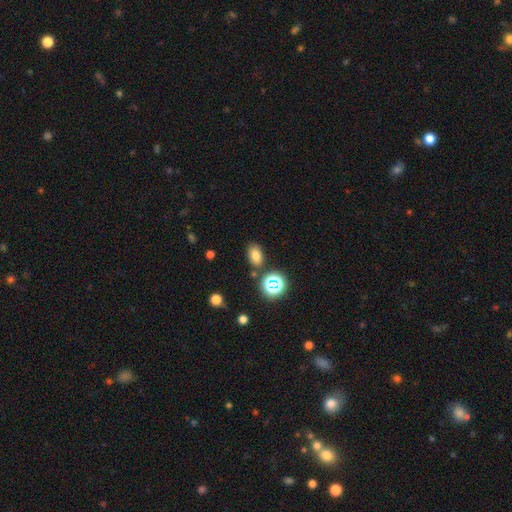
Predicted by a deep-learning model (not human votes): smooth-or-featured: smooth: 74% | star or artifact: 19% | featured or disk: 7%
  how-rounded: in between: 82% | round: 16% | cigar-shaped: 2%
  merging: none: 81% | minor disturbance: 11% | merger: 5% | major disturbance: 3%